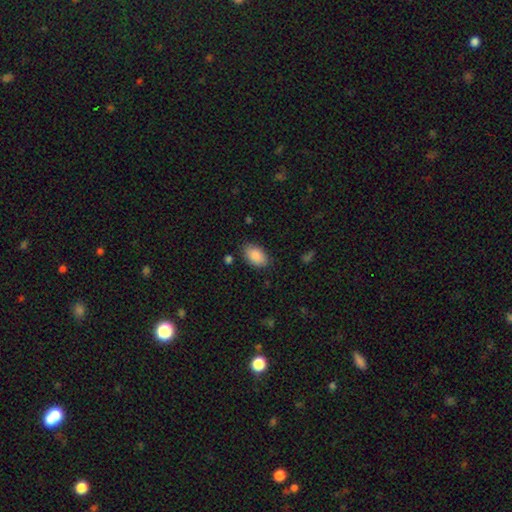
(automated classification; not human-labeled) A smooth galaxy with no disk features (89%) that is in between round and cigar-shaped (92%).

Vote fractions:
- Smooth or featured? smooth: 89% / star or artifact: 7% / featured or disk: 4%
- How rounded? in between: 92% / round: 7% / cigar-shaped: 1%
- Merging? none: 82% / minor disturbance: 14% / major disturbance: 3% / merger: 1%